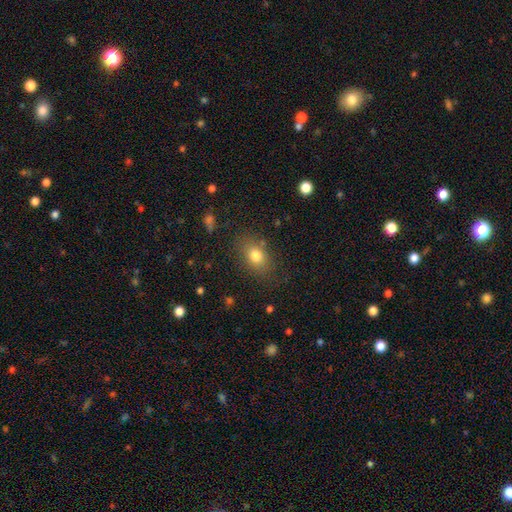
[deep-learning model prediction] A smooth galaxy with no disk features (78%) that is in between round and cigar-shaped (74%).

Vote fractions:
- Smooth or featured? smooth: 78% / featured or disk: 11% / star or artifact: 11%
- How rounded? in between: 74% / round: 24% / cigar-shaped: 2%
- Merging? none: 78% / minor disturbance: 14% / major disturbance: 6% / merger: 2%